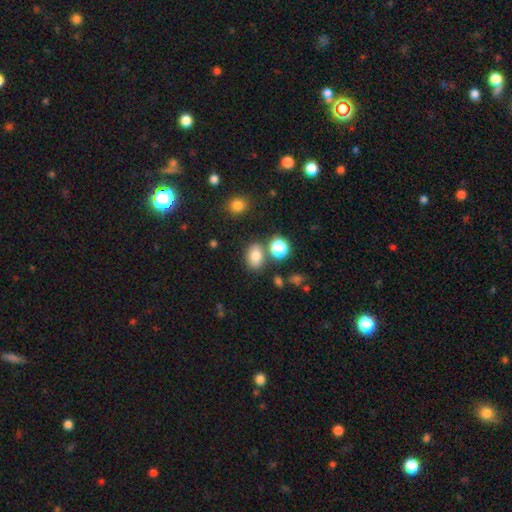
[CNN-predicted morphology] A smooth galaxy with no disk features (78%) that is in between round and cigar-shaped (75%).

Vote fractions:
- Smooth or featured? smooth: 78% / star or artifact: 14% / featured or disk: 8%
- How rounded? in between: 75% / round: 24% / cigar-shaped: 1%
- Merging? none: 74% / minor disturbance: 12% / merger: 10% / major disturbance: 4%